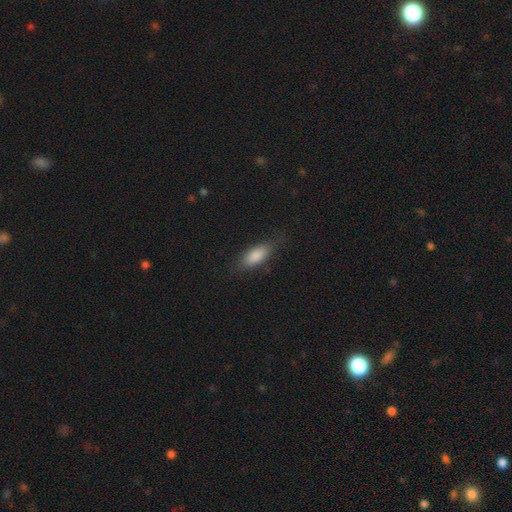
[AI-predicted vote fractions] smooth_or_featured: smooth (p=0.82) [alt: featured or disk p=0.11]
how_rounded: in between (p=0.75) [alt: cigar-shaped p=0.22]
merging: none (p=0.75) [alt: minor disturbance p=0.19]